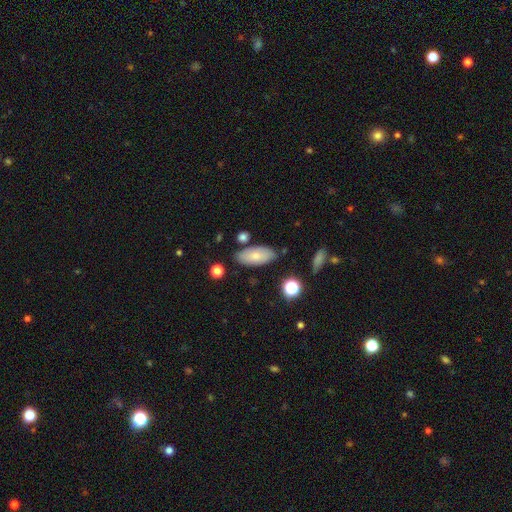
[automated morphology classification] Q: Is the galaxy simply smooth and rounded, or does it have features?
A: smooth — 74%.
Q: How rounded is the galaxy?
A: in between — 87%.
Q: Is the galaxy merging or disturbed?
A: none — 78%.